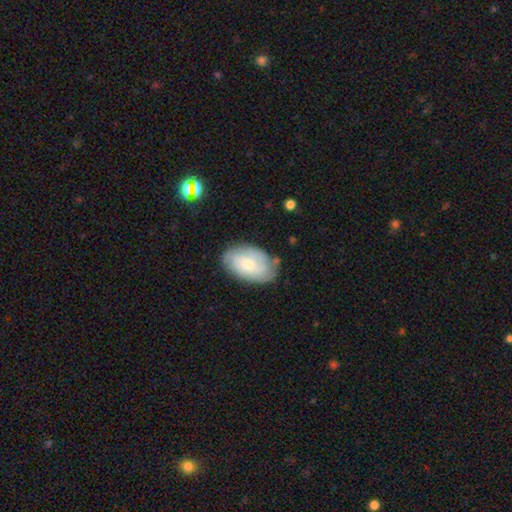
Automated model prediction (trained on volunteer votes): Overall: featured or disk (50%; smooth 43%). Edge-on disk: no (96%). Merging: none (73%).